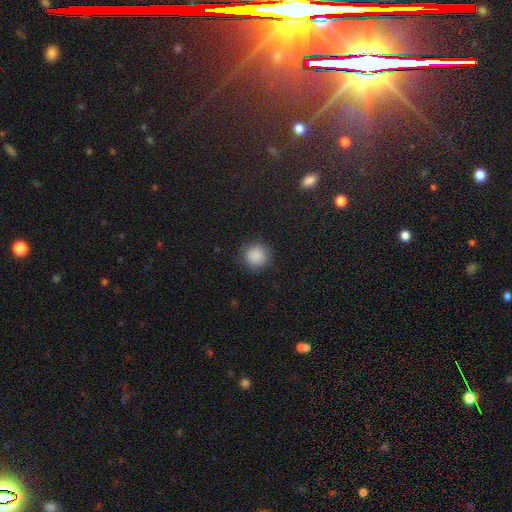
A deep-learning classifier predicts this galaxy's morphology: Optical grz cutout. It shows a smooth galaxy with no disk features (88%) that is round (93%). Merging: none (87%).